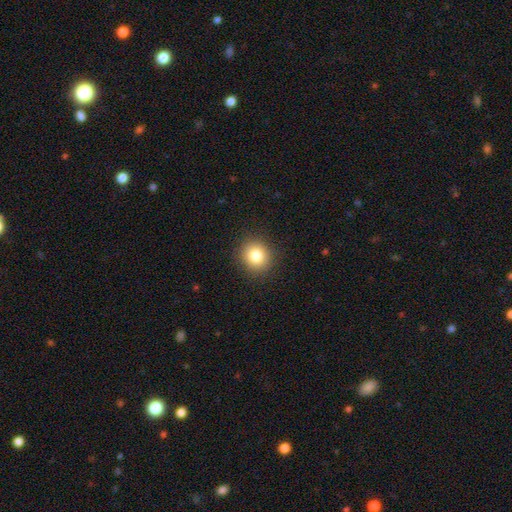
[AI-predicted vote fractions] smooth-or-featured: smooth: 82% | star or artifact: 11% | featured or disk: 7%
  how-rounded: round: 84% | in between: 15% | cigar-shaped: 1%
  merging: none: 90% | minor disturbance: 6% | major disturbance: 2% | merger: 1%